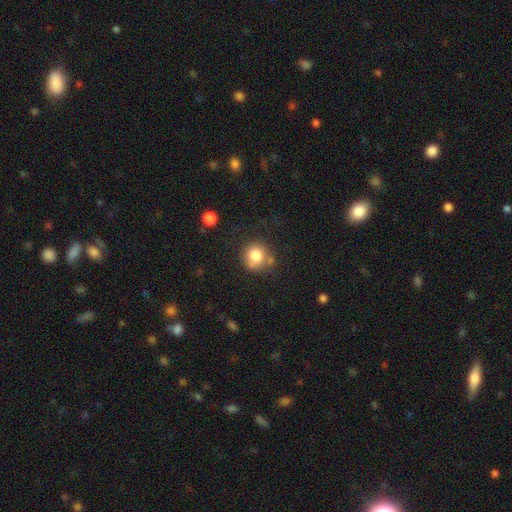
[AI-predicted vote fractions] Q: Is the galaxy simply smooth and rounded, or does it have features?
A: smooth — 80%.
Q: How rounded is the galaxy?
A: round — 87%.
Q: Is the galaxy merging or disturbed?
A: none — 67%.